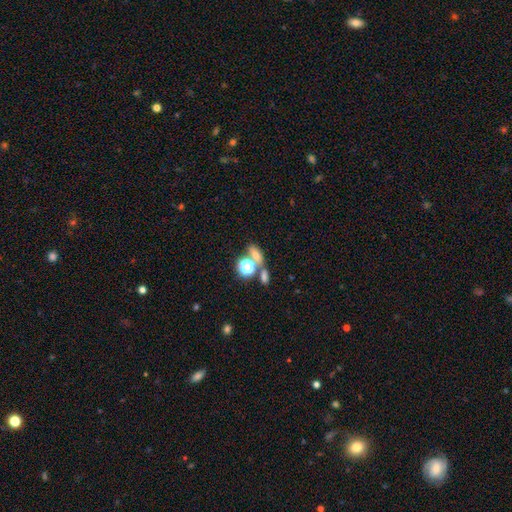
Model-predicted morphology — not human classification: This is possibly a smooth galaxy (56%). How rounded: possibly in between (53%). Merging: possibly none (51%).